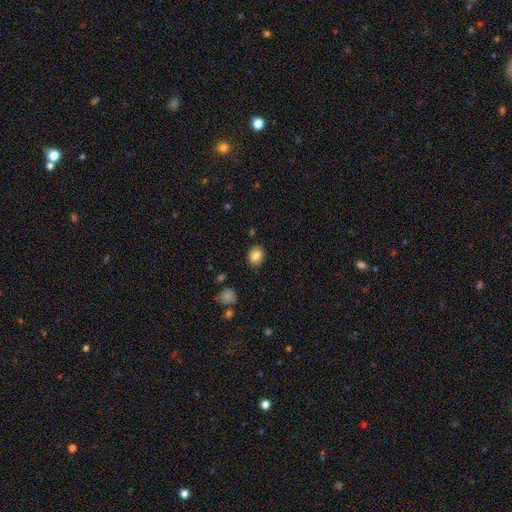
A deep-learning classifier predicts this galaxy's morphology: smooth_or_featured: smooth (p=0.84) [alt: star or artifact p=0.10]
how_rounded: in between (p=0.51) [alt: round p=0.48]
merging: none (p=0.83) [alt: minor disturbance p=0.13]